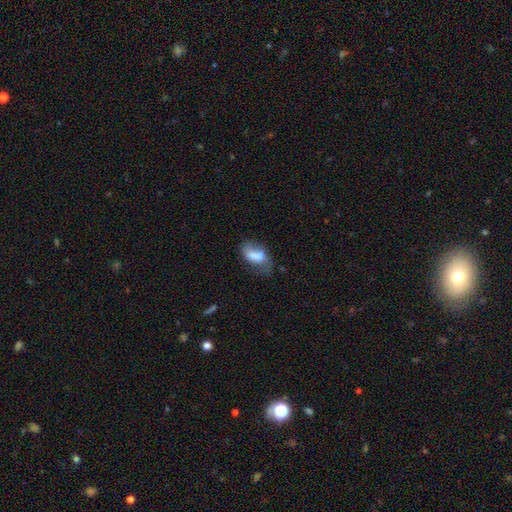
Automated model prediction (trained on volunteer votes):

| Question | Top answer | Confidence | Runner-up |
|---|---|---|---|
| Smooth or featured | smooth | 63% | featured or disk (28%) |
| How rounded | in between | 89% | round (7%) |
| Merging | none | 30% | minor disturbance (28%) |